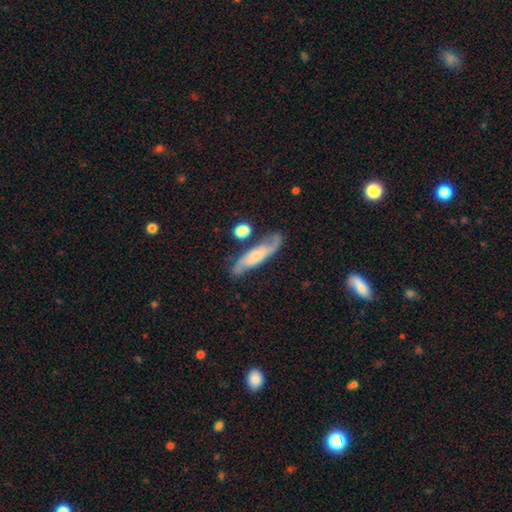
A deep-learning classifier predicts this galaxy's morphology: Q: Smooth or featured?
A: featured or disk (69%); runner-up: smooth (24%)
Q: Edge-on disk?
A: no (78%); runner-up: yes (22%)
Q: Bar?
A: no (62%); runner-up: weak (29%)
Q: Spiral arms?
A: yes (92%); runner-up: no (8%)
Q: Bulge size?
A: small (56%); runner-up: moderate (27%)
Q: Merging?
A: none (69%); runner-up: minor disturbance (18%)